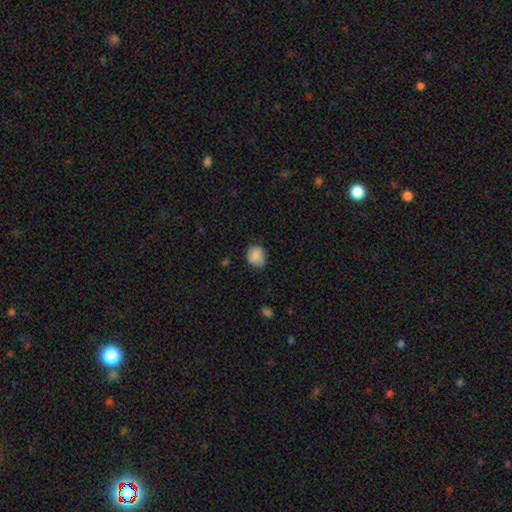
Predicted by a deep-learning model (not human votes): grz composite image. It shows a smooth galaxy with no disk features (83%) that is round (67%). Merging: none (63%).